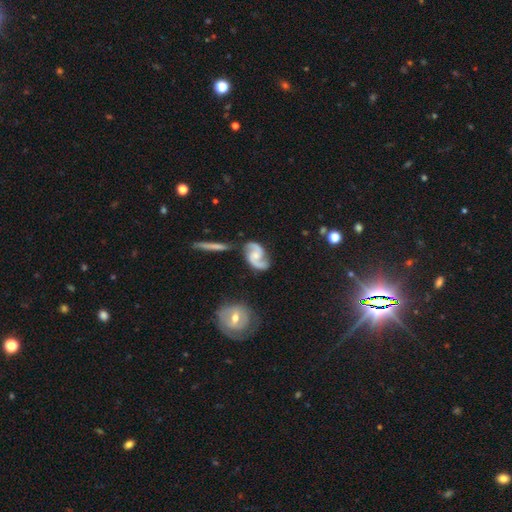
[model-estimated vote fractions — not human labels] Smooth or featured: featured or disk — 89% (smooth — 6%)
Edge-on disk: no — 98% (yes — 2%)
Bar: no — 57% (weak — 35%)
Spiral arms: yes — 97% (no — 3%)
Spiral winding: medium — 52% (loose — 36%)
Spiral arm count: 2 — 94% (can't tell — 2%)
Bulge size: moderate — 38% (tied with small — 38%)
Merging: none — 73% (minor disturbance — 15%)